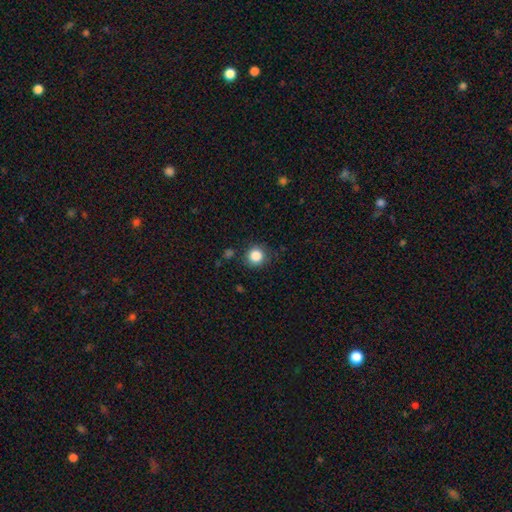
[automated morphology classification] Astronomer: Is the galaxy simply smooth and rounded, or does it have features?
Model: smooth — 86%.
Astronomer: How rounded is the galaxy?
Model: round — 92%.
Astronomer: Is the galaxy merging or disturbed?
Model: none — 84%.